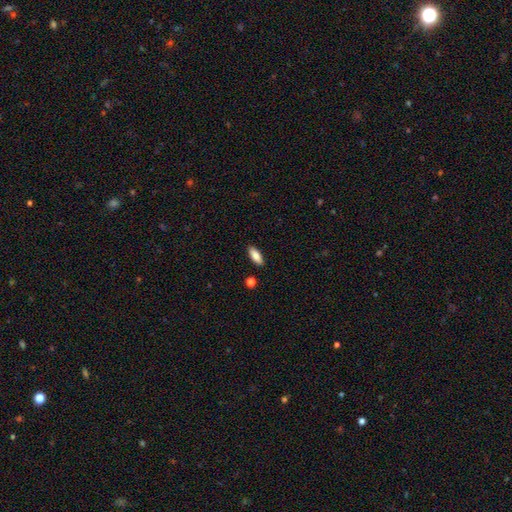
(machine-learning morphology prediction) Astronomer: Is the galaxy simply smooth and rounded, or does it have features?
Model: smooth — 82%.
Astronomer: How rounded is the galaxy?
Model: in between — 76%.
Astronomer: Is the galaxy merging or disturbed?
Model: none — 89%.